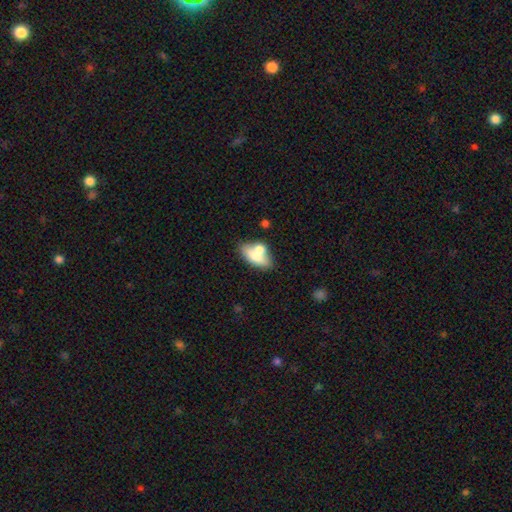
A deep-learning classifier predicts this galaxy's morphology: Overall: smooth (70%). How rounded: in between (84%). Merging: none (43%; merger 34%).